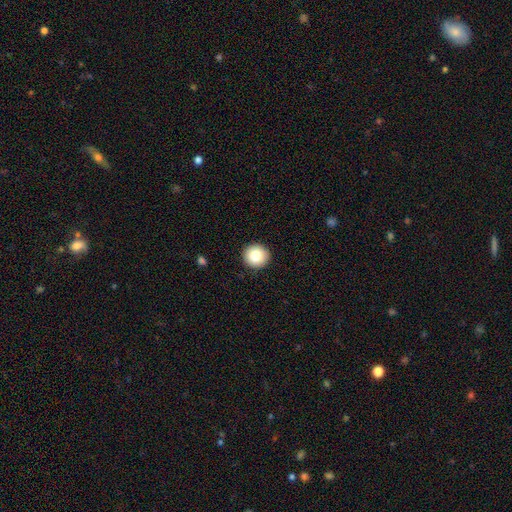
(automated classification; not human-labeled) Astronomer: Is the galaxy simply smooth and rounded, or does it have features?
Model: smooth — 85%.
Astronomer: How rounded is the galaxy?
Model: round — 94%.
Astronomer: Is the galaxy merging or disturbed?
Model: none — 92%.